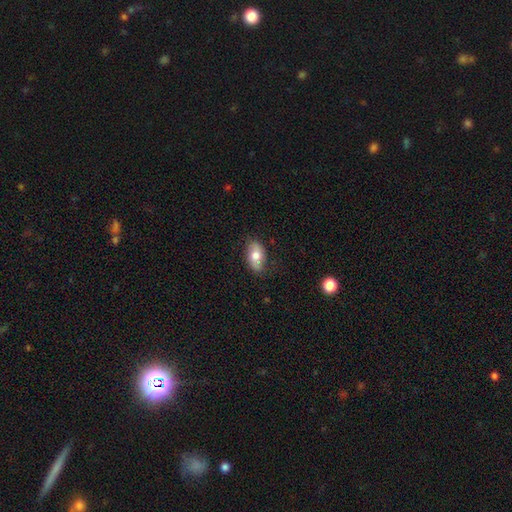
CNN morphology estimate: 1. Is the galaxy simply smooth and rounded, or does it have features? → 69% smooth, 24% featured or disk, 7% star or artifact.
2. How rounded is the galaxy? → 90% in between, 6% round, 4% cigar-shaped.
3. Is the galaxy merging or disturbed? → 78% none, 17% minor disturbance, 3% major disturbance, 1% merger.